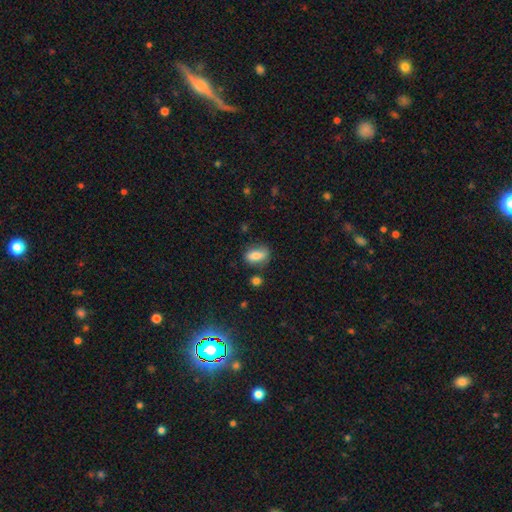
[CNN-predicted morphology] A smooth galaxy with no disk features (80%) that is in between round and cigar-shaped (83%).

Vote fractions:
- Smooth or featured? smooth: 80% / featured or disk: 12% / star or artifact: 8%
- How rounded? in between: 83% / round: 10% / cigar-shaped: 7%
- Merging? none: 69% / minor disturbance: 21% / major disturbance: 6% / merger: 5%